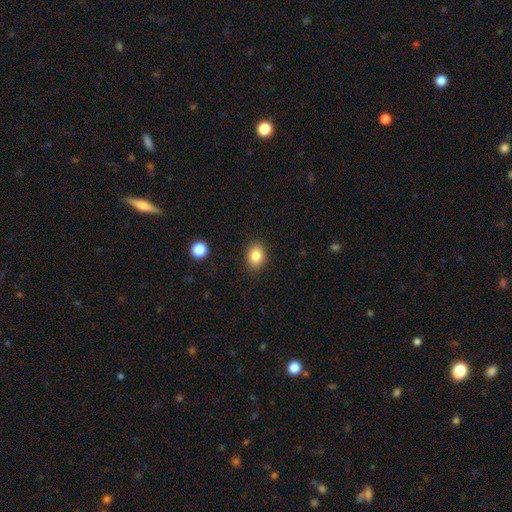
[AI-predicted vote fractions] smooth-or-featured: smooth: 84% | star or artifact: 9% | featured or disk: 6%
  how-rounded: in between: 70% | round: 29% | cigar-shaped: 1%
  merging: none: 87% | minor disturbance: 9% | major disturbance: 2% | merger: 1%